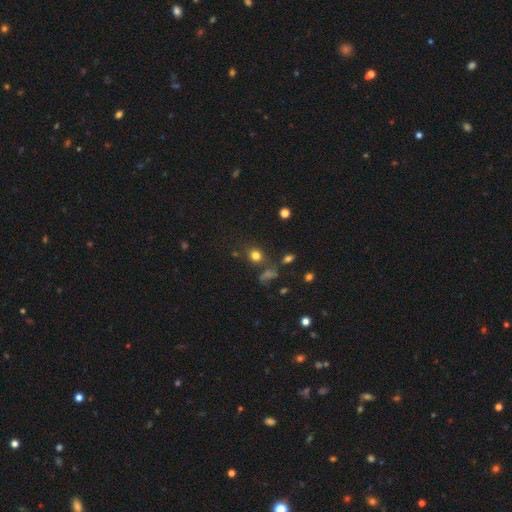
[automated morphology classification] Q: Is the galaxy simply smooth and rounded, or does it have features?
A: smooth — 76%.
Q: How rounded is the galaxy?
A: round — 75%.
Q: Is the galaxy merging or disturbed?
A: none — 72%.